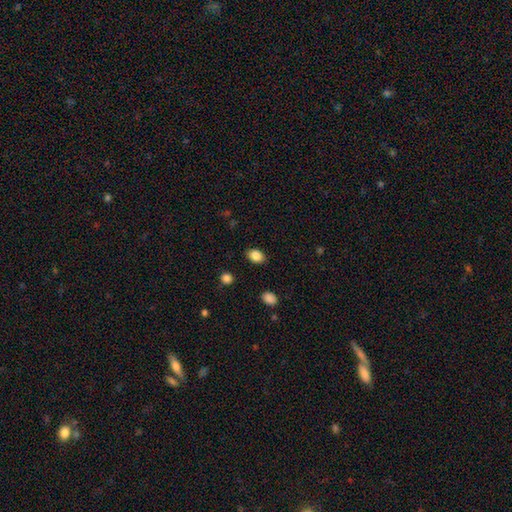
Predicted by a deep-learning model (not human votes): smooth 86%, star or artifact 9%, featured or disk 5%. Down the decision tree: how rounded — in between (75%); merging — none (86%).